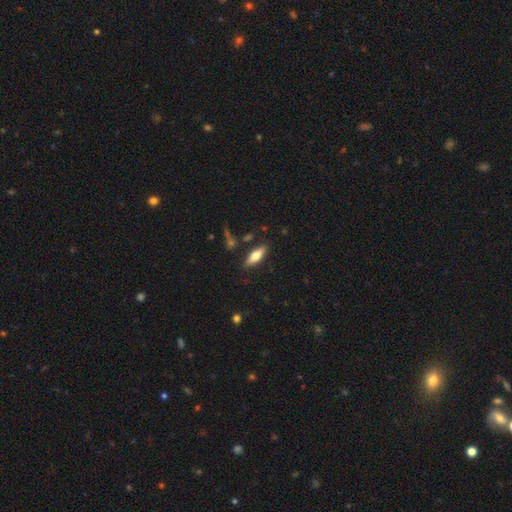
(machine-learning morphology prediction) Smooth or featured? smooth (67%)
How rounded? in between (62%)
Merging? none (83%)